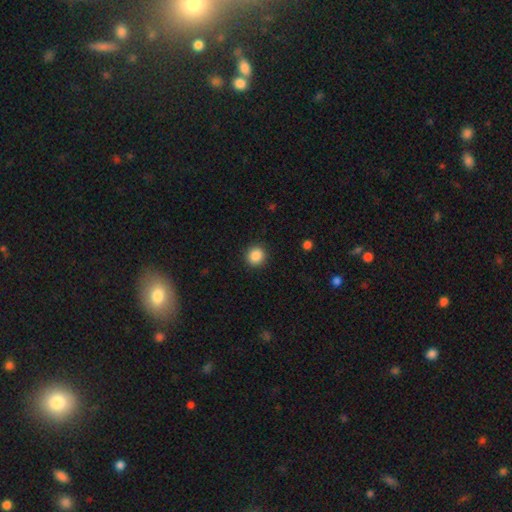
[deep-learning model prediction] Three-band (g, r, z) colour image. It shows a smooth galaxy with no disk features (87%) that is round (92%). Merging: none (92%).